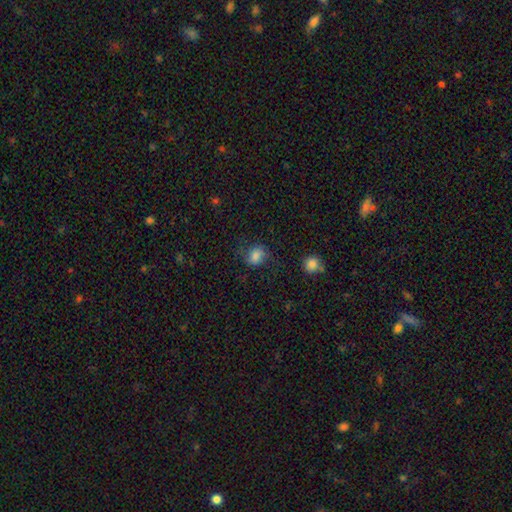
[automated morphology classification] A smooth galaxy with no disk features (77%) that is round (52%).

Vote fractions:
- Smooth or featured? smooth: 77% / featured or disk: 13% / star or artifact: 11%
- How rounded? round: 52% / in between: 47% / cigar-shaped: 1%
- Merging? none: 63% / minor disturbance: 23% / major disturbance: 12% / merger: 2%